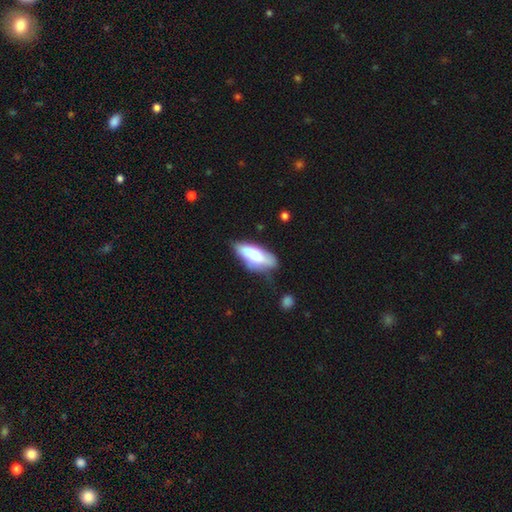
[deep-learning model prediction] smooth_or_featured: smooth (p=0.58) [alt: featured or disk p=0.36]
how_rounded: in between (p=0.74) [alt: cigar-shaped p=0.24]
merging: none (p=0.58) [alt: minor disturbance p=0.27]